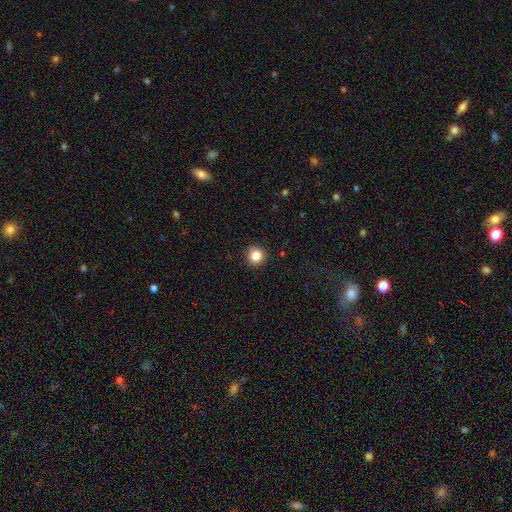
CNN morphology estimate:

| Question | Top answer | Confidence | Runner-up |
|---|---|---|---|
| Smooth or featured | smooth | 84% | star or artifact (11%) |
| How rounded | round | 93% | in between (6%) |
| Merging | none | 91% | minor disturbance (6%) |